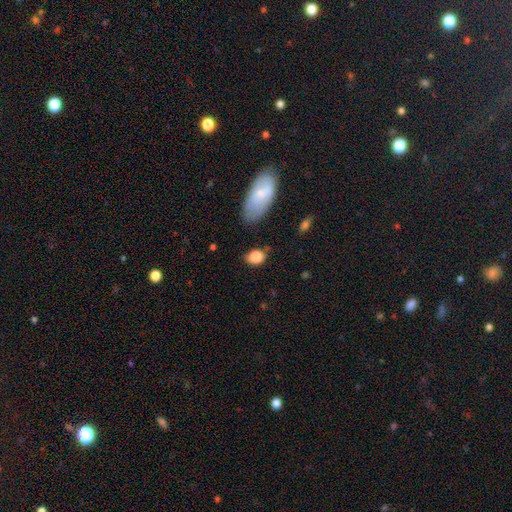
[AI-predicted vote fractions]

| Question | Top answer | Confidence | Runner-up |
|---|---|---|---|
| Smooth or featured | smooth | 84% | featured or disk (8%) |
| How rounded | in between | 67% | round (31%) |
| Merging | none | 68% | minor disturbance (22%) |